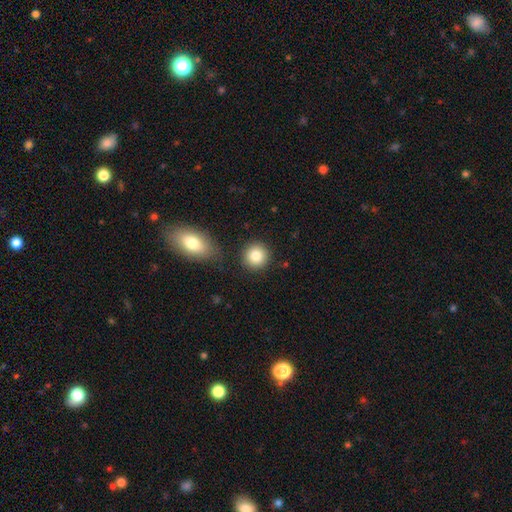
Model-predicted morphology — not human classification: Smooth or featured? smooth (84%)
How rounded? round (92%)
Merging? none (85%)